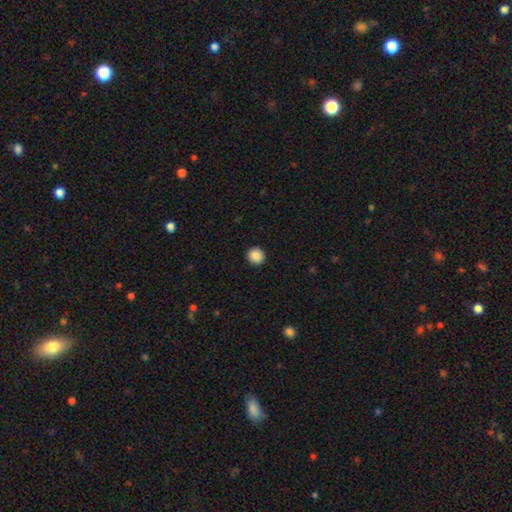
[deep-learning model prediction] This is clearly a smooth galaxy (88%). How rounded: clearly round (91%). Merging: clearly none (93%).